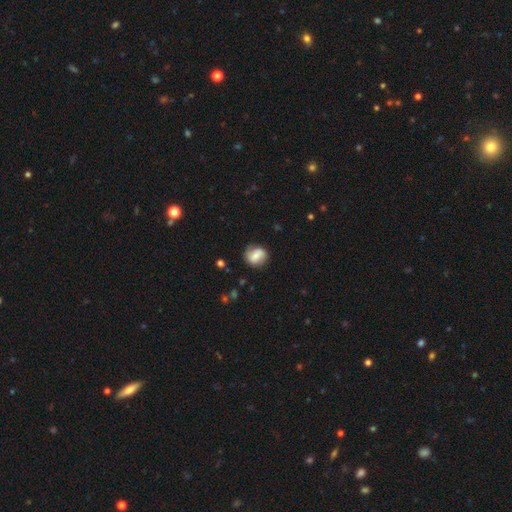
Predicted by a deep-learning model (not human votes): A smooth galaxy with no disk features (52%) that is round (79%). Merging: none (77%).